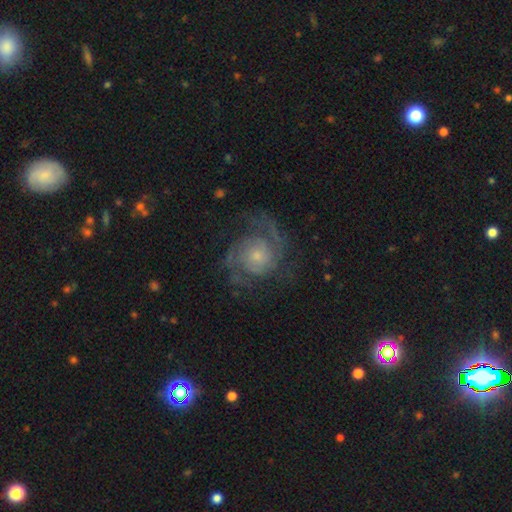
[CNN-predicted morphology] Overall: featured or disk (85%). Edge-on disk: no (98%). Bar: no (74%). Spiral arms: yes (96%). Spiral arm count: 2 (60%). Spiral winding: medium (46%; tight 39%). Bulge size: small (62%; moderate 28%). Merging: none (70%).